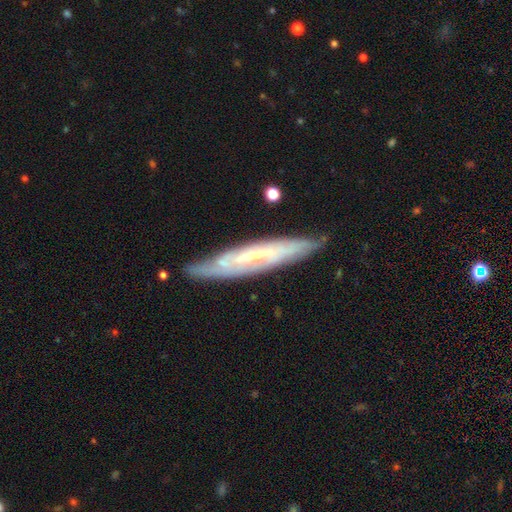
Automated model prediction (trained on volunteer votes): smooth-or-featured: featured or disk: 70% | smooth: 24% | star or artifact: 7%
  disk-edge-on: yes: 59% | no: 41%
  merging: none: 76% | minor disturbance: 18% | major disturbance: 4% | merger: 2%